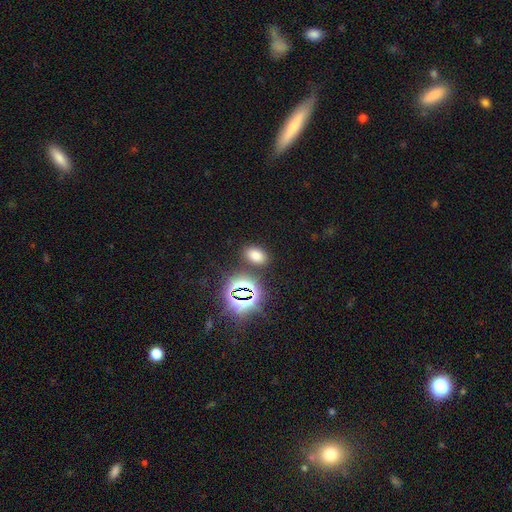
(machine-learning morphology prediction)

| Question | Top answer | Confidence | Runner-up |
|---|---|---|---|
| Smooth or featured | smooth | 69% | star or artifact (26%) |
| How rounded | in between | 84% | round (14%) |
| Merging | none | 83% | minor disturbance (9%) |